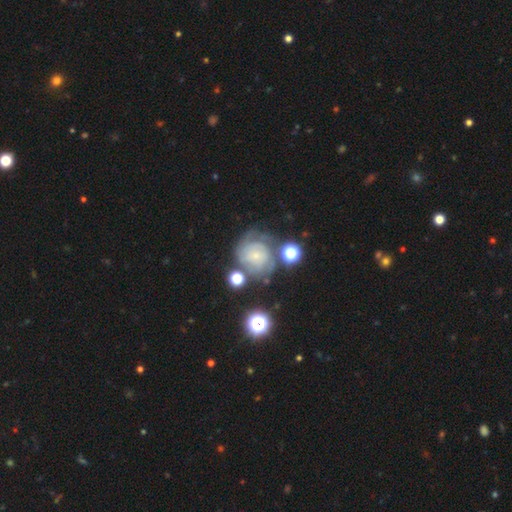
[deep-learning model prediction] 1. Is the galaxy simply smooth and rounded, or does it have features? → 60% featured or disk, 28% smooth, 12% star or artifact.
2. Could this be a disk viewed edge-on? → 97% no, 3% yes.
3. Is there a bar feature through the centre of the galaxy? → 70% no, 25% weak, 5% strong.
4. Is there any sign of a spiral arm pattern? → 83% yes, 17% no.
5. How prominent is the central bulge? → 71% small, 14% moderate, 11% none, 3% large, 2% dominant.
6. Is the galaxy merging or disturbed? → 54% none, 20% minor disturbance, 15% major disturbance, 10% merger.